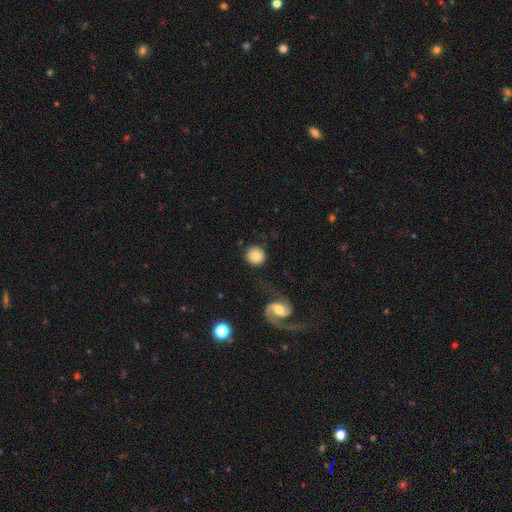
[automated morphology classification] Q: Smooth or featured?
A: smooth (71%); runner-up: featured or disk (21%)
Q: How rounded?
A: round (93%); runner-up: in between (6%)
Q: Merging?
A: none (83%); runner-up: minor disturbance (9%)